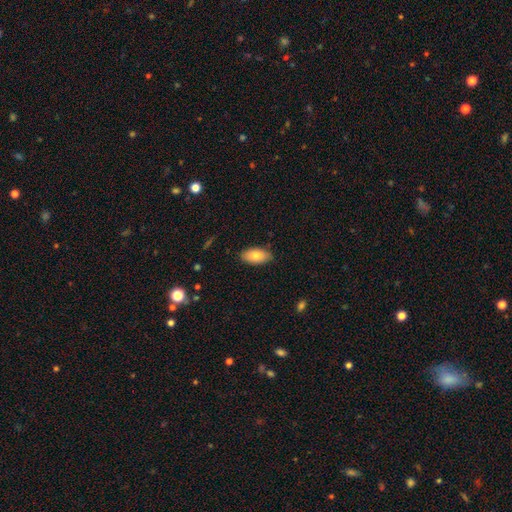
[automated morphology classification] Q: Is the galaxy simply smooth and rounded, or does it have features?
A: smooth — 79%.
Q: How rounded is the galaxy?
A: in between — 93%.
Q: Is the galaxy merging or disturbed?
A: none — 84%.